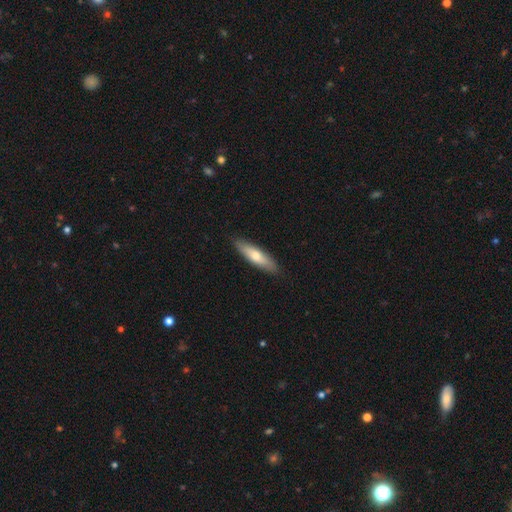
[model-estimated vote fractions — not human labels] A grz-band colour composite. It shows a smooth galaxy with no disk features (63%) that is cigar-shaped (67%). Merging: none (88%).